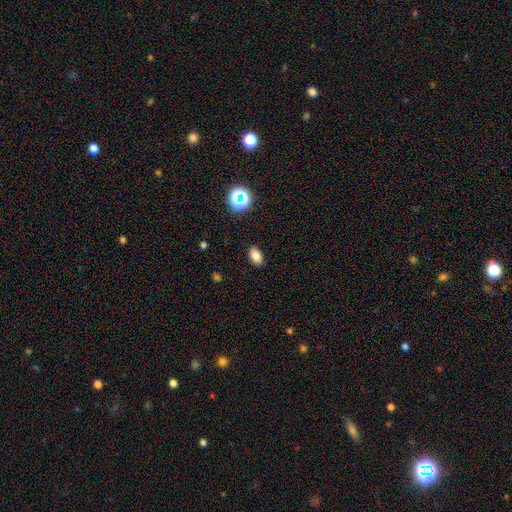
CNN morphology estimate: smooth_or_featured: smooth (p=0.81) [alt: star or artifact p=0.13]
how_rounded: in between (p=0.88) [alt: round p=0.10]
merging: none (p=0.88) [alt: minor disturbance p=0.08]